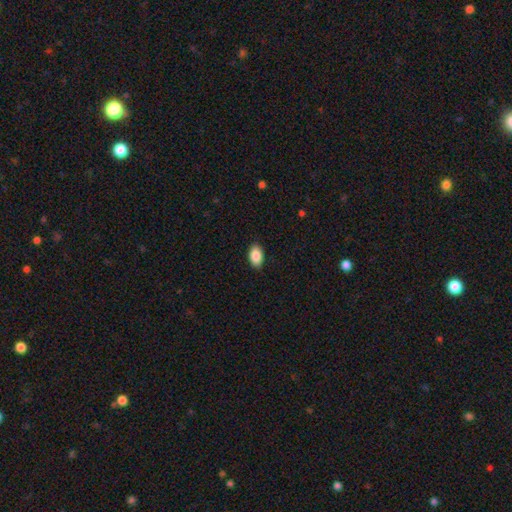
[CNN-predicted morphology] This is clearly a smooth galaxy (88%). How rounded: clearly in between (92%). Merging: clearly none (88%).